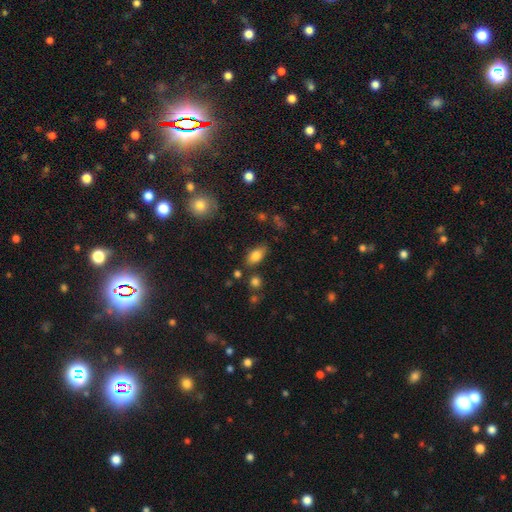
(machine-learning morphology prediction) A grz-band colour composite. It shows a smooth galaxy with no disk features (81%) that is in between round and cigar-shaped (88%). Merging: none (77%).